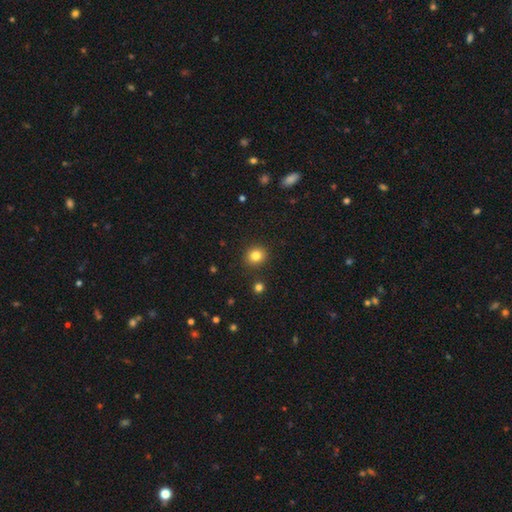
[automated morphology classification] The model was most divided on "how rounded": round: 84%, in between: 15%, cigar-shaped: 1%. More confident: merging — none (90%); smooth or featured — smooth (83%).